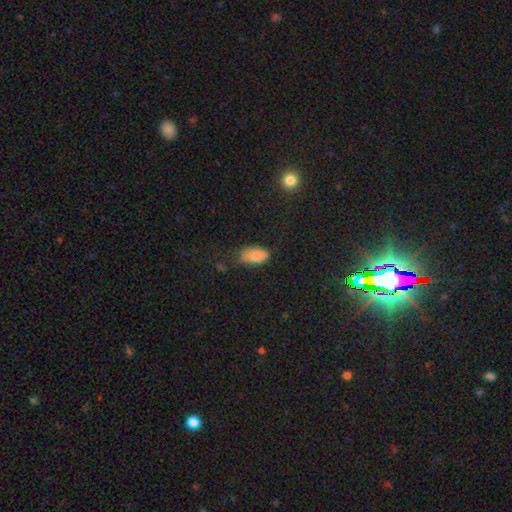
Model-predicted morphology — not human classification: smooth 83%, featured or disk 9%, star or artifact 8%. Down the decision tree: how rounded — in between (93%); merging — none (55%).